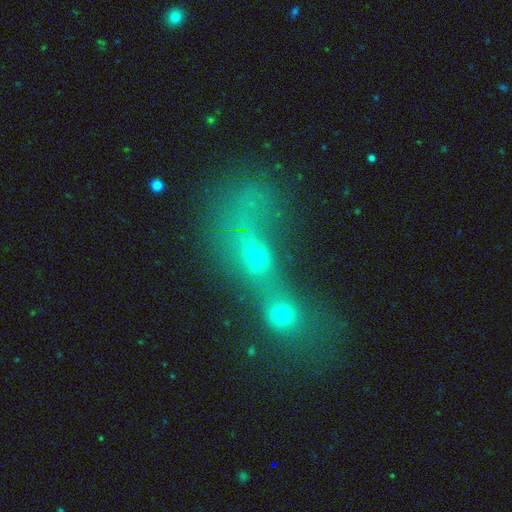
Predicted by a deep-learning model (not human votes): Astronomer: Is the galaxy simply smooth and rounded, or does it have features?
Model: star or artifact — 41% (runner-up: smooth, 38%).